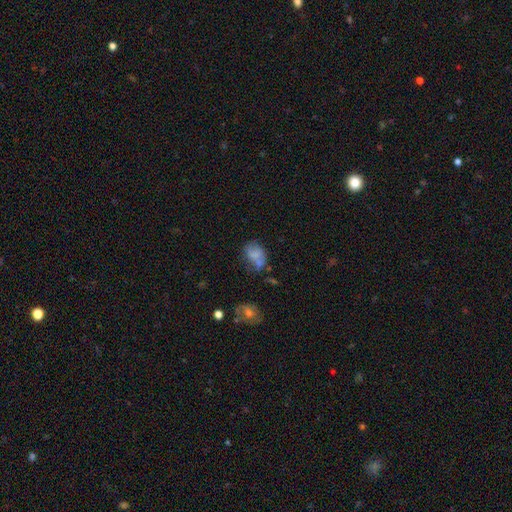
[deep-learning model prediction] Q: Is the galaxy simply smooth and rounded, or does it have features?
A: smooth — 66%.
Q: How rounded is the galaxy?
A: in between — 68%.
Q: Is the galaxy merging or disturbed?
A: none — 36%.